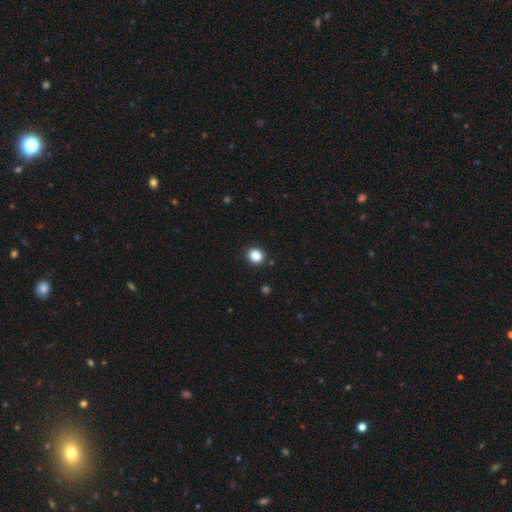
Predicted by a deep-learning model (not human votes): The model was most divided on "how rounded": round: 79%, in between: 20%, cigar-shaped: 1%. More confident: merging — none (91%); smooth or featured — smooth (86%).